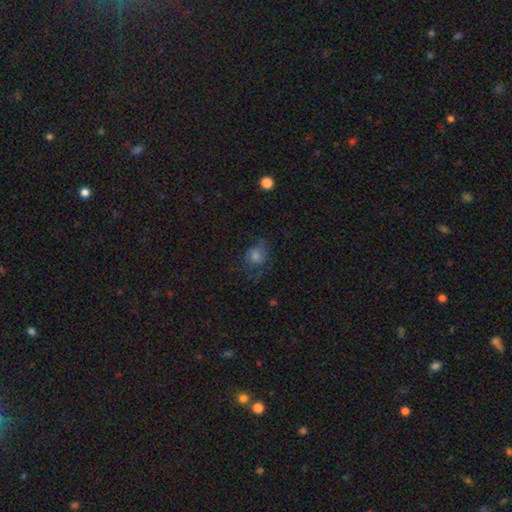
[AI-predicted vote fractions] This is possibly a smooth galaxy (60%). How rounded: possibly round (53%). Merging: possibly none (46%).